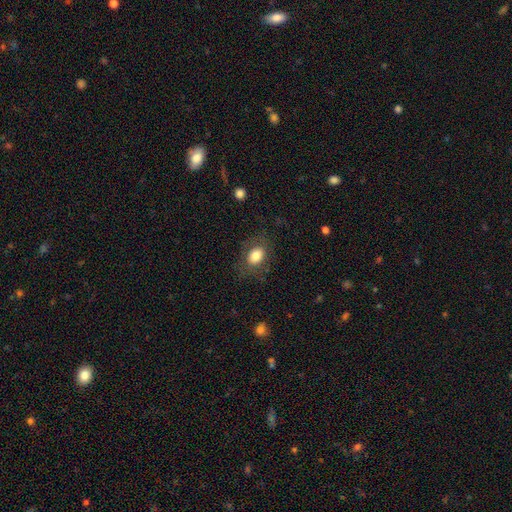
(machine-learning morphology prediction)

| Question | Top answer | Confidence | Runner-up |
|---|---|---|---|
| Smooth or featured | smooth | 80% | featured or disk (12%) |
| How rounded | in between | 70% | round (28%) |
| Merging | none | 75% | minor disturbance (15%) |